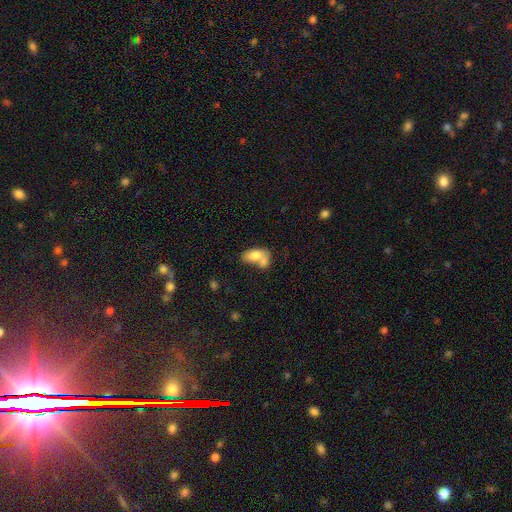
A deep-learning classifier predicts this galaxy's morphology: type=smooth (73%); roundness=in between (88%); merging=merger (63%).